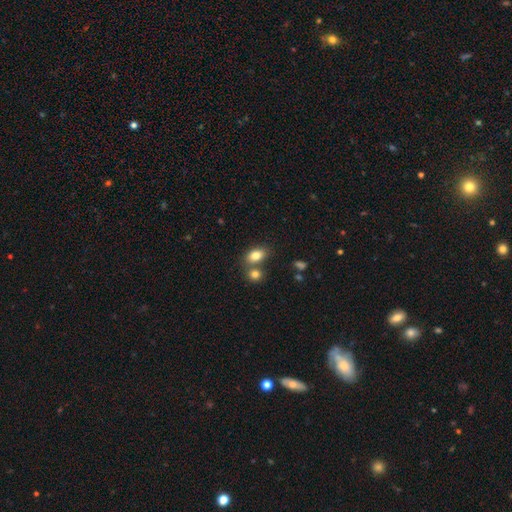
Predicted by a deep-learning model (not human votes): Q: Smooth or featured?
A: smooth (81%); runner-up: featured or disk (10%)
Q: How rounded?
A: in between (81%); runner-up: round (17%)
Q: Merging?
A: none (54%); runner-up: merger (32%)